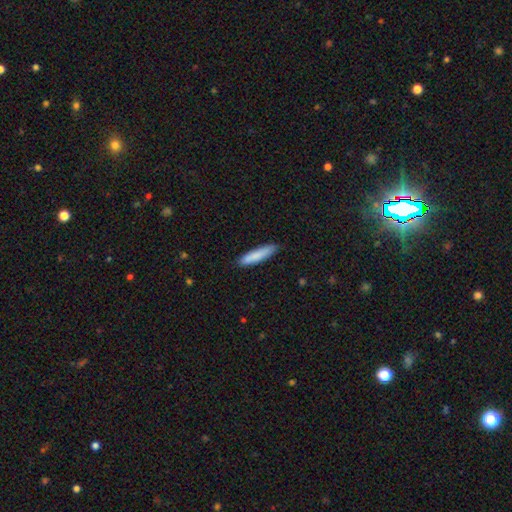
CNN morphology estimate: Smooth or featured?
  - smooth: 85% *
  - featured or disk: 9%
  - star or artifact: 6%
How rounded?
  - cigar-shaped: 84% *
  - in between: 15%
  - round: 1%
Merging?
  - none: 86% *
  - minor disturbance: 11%
  - major disturbance: 2%
  - merger: 1%